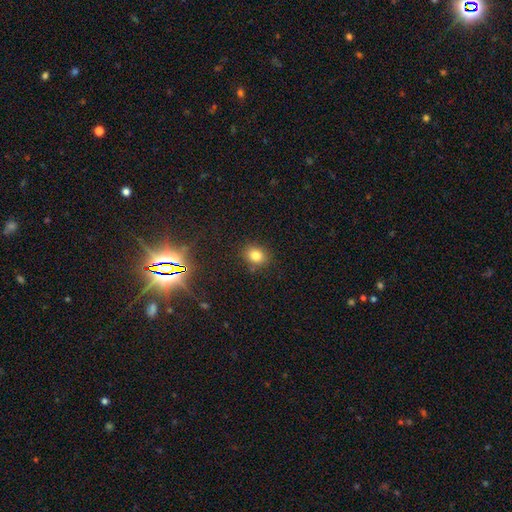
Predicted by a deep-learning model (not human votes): smooth_or_featured: smooth (p=0.79) [alt: star or artifact p=0.14]
how_rounded: round (p=0.56) [alt: in between p=0.43]
merging: none (p=0.82) [alt: minor disturbance p=0.12]